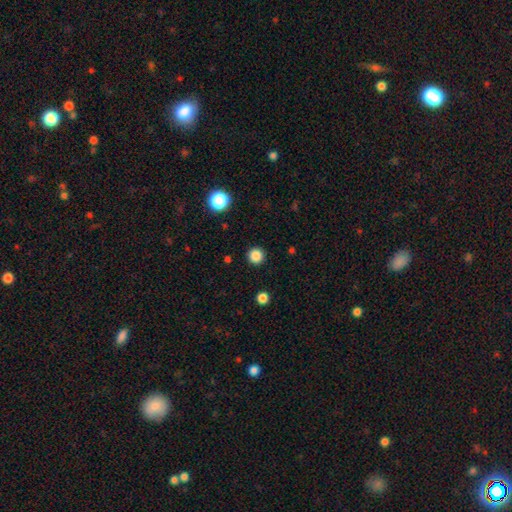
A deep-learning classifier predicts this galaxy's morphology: A smooth galaxy with no disk features (85%) that is round (96%).

Vote fractions:
- Smooth or featured? smooth: 85% / star or artifact: 12% / featured or disk: 3%
- How rounded? round: 96% / in between: 3% / cigar-shaped: 1%
- Merging? none: 92% / minor disturbance: 5% / major disturbance: 2% / merger: 1%